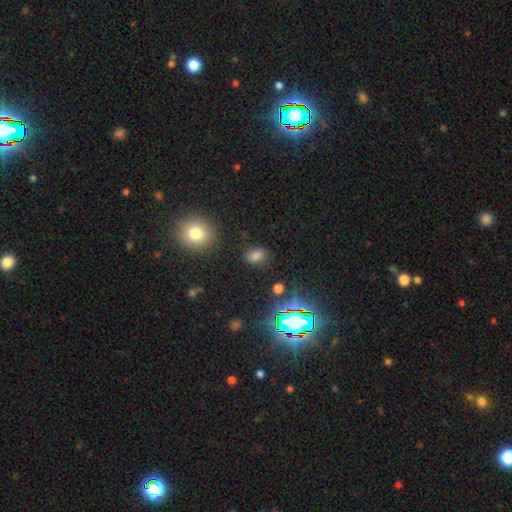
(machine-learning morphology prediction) smooth 72%, star or artifact 21%, featured or disk 7%. Down the decision tree: how rounded — in between (74%); merging — none (80%).